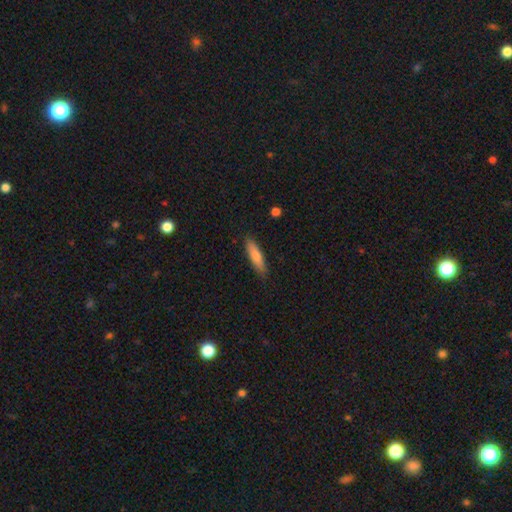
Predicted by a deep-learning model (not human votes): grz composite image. It shows a smooth galaxy with no disk features (79%) that is cigar-shaped (70%). Merging: none (86%).